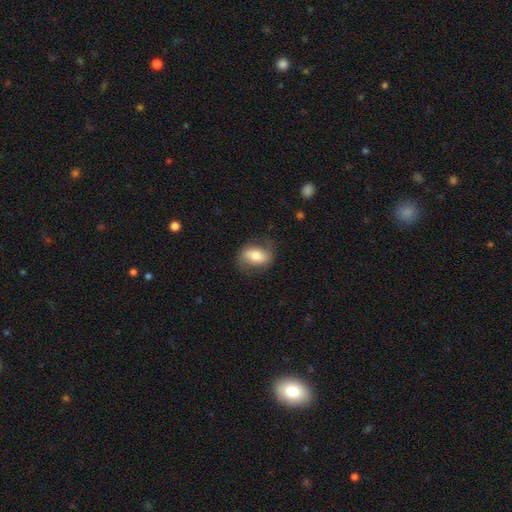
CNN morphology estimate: Smooth or featured? Predicted: smooth (p=0.66). How rounded? Predicted: in between (p=0.82). Merging? Predicted: none (p=0.72).